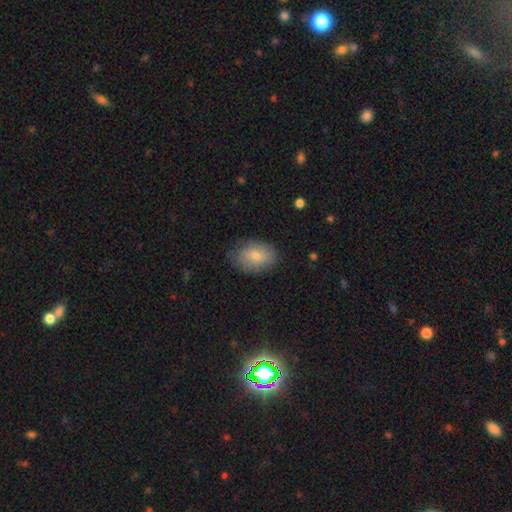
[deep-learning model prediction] Overall: smooth (75%). How rounded: in between (80%). Merging: none (81%).